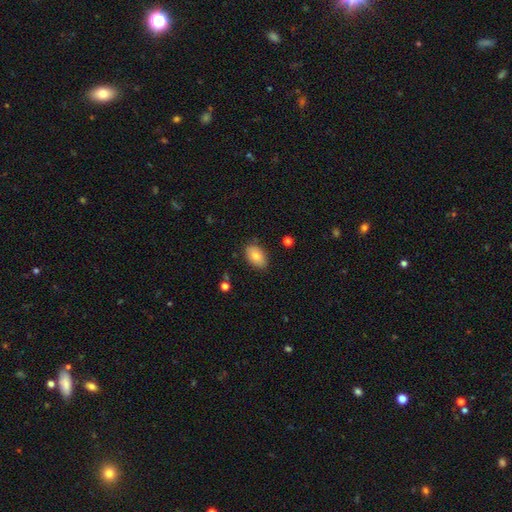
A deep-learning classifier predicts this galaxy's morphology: Q: Smooth or featured?
A: smooth (78%); runner-up: featured or disk (14%)
Q: How rounded?
A: in between (91%); runner-up: round (8%)
Q: Merging?
A: none (81%); runner-up: minor disturbance (15%)